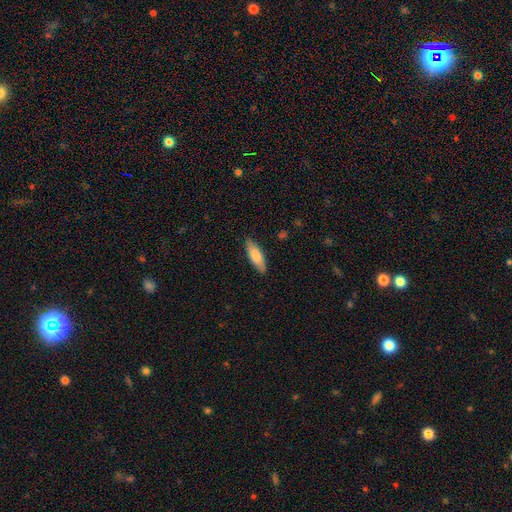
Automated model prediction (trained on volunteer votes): A smooth galaxy with no disk features (82%) that is in between round and cigar-shaped (54%).

Vote fractions:
- Smooth or featured? smooth: 82% / featured or disk: 13% / star or artifact: 5%
- How rounded? in between: 54% / cigar-shaped: 44% / round: 2%
- Merging? none: 87% / minor disturbance: 10% / major disturbance: 2% / merger: 1%